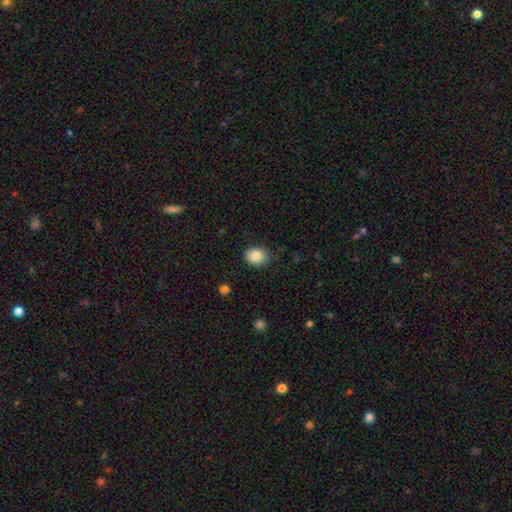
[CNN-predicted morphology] Smooth or featured: smooth — 86% (star or artifact — 9%)
How rounded: in between — 51% (round — 48%)
Merging: none — 85% (minor disturbance — 11%)